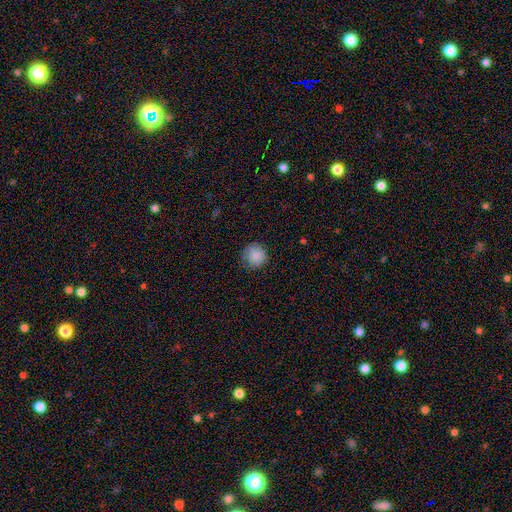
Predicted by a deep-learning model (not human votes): This is clearly a smooth galaxy (88%). How rounded: clearly round (91%). Merging: clearly none (80%).